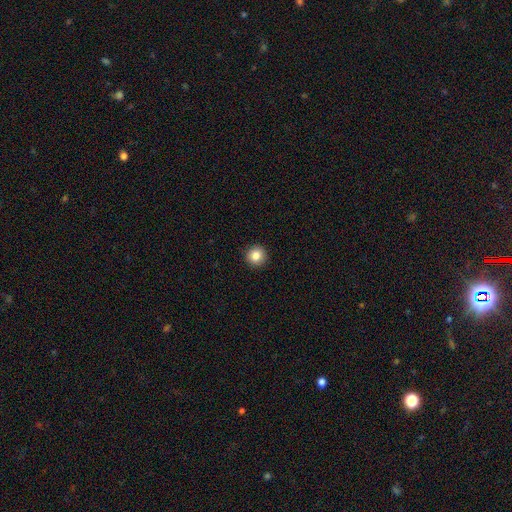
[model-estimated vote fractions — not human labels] Morphology: type=smooth (85%); roundness=round (96%); merging=none (94%).